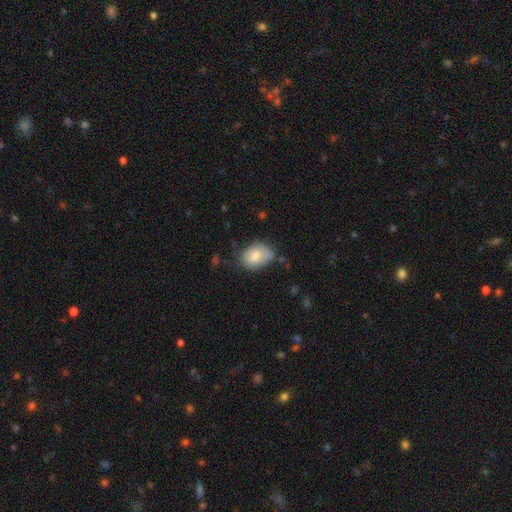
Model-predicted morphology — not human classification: smooth-or-featured: smooth: 77% | featured or disk: 16% | star or artifact: 7%
  how-rounded: in between: 82% | round: 16% | cigar-shaped: 1%
  merging: none: 57% | minor disturbance: 32% | major disturbance: 8% | merger: 3%